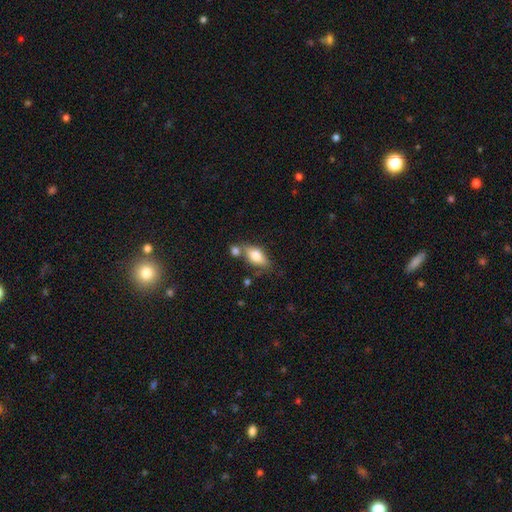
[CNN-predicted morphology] The model was most divided on "merging": none: 52%, merger: 25%, minor disturbance: 17%, major disturbance: 6%. More confident: how rounded — in between (83%); smooth or featured — smooth (74%).